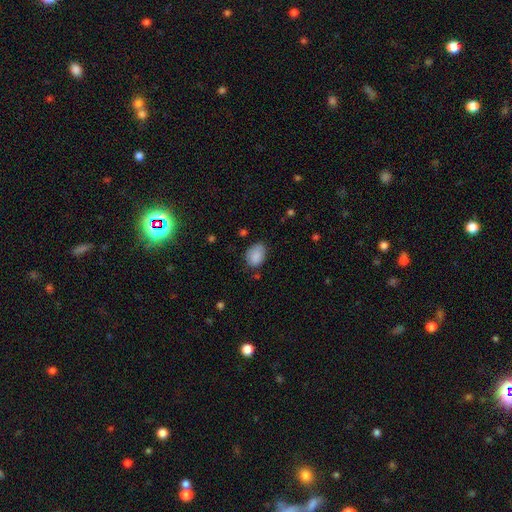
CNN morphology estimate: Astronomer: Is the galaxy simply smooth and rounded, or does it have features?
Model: smooth — 86%.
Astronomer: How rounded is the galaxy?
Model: in between — 73%.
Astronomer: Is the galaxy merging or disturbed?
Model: none — 64%.